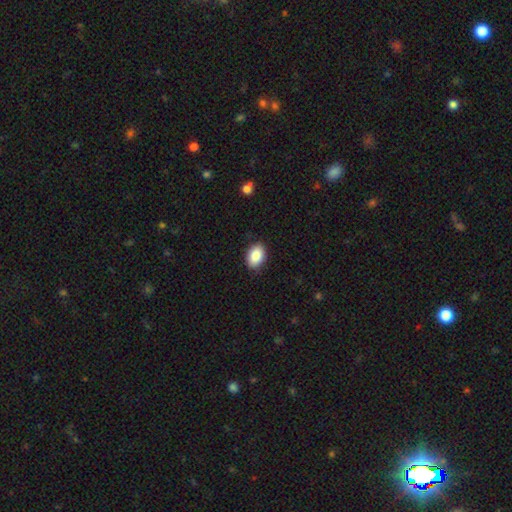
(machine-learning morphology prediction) smooth_or_featured: smooth (p=0.88) [alt: star or artifact p=0.07]
how_rounded: in between (p=0.84) [alt: round p=0.15]
merging: none (p=0.86) [alt: minor disturbance p=0.11]